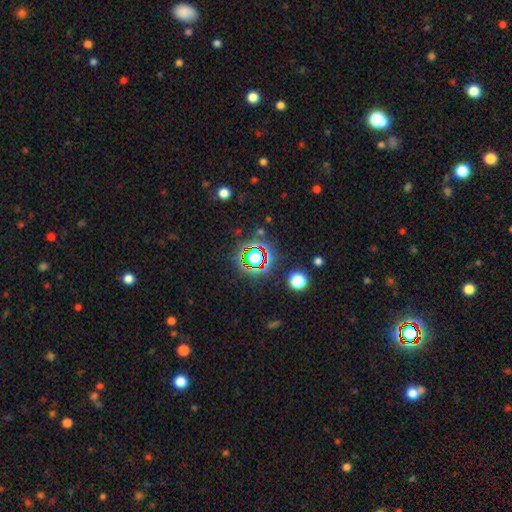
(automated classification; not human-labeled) Q: Smooth or featured?
A: star or artifact (66%); runner-up: smooth (22%)